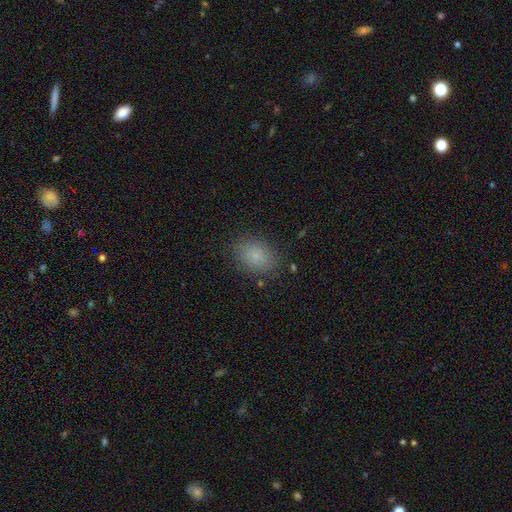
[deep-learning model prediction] Smooth or featured?
  - smooth: 81% *
  - star or artifact: 11%
  - featured or disk: 8%
How rounded?
  - in between: 71% *
  - round: 27%
  - cigar-shaped: 1%
Merging?
  - none: 84% *
  - minor disturbance: 11%
  - major disturbance: 3%
  - merger: 1%